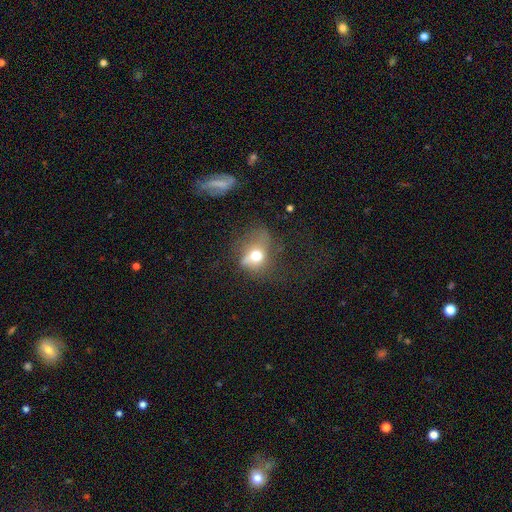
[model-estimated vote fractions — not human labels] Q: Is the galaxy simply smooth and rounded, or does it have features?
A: smooth — 57%.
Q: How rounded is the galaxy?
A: round — 54%.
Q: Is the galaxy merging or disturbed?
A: none — 36%.